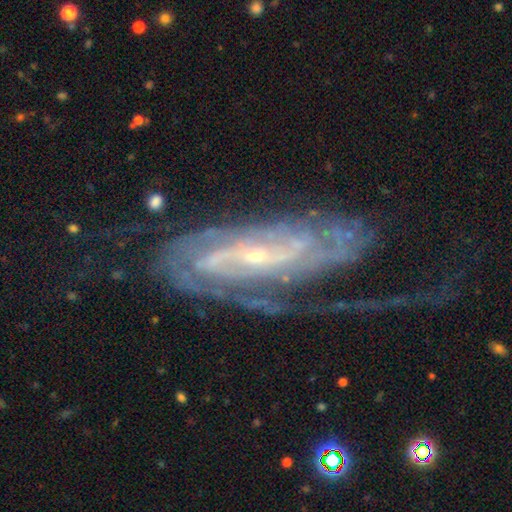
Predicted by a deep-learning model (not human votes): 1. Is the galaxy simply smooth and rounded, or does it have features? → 89% featured or disk, 6% star or artifact, 5% smooth.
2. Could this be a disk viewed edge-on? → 91% no, 9% yes.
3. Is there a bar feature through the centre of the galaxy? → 34% strong (tied), 34% weak (tied), 32% no.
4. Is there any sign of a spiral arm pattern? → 97% yes, 3% no.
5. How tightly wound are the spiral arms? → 60% tight, 31% medium, 9% loose.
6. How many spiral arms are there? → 38% 2, 24% can't tell, 14% 3, 10% 4, 7% more than 4, 7% 1.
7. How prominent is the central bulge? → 80% small, 15% moderate, 2% none, 1% large, 1% dominant.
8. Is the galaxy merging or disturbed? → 55% none, 22% major disturbance, 20% minor disturbance, 3% merger.